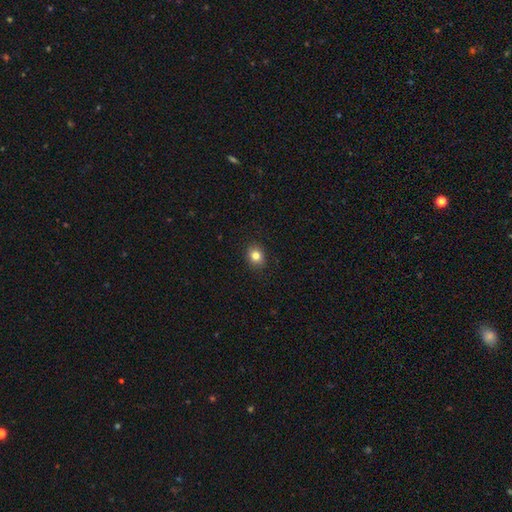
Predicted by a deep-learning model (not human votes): smooth 82%, star or artifact 11%, featured or disk 8%. Down the decision tree: how rounded — round (58%); merging — none (89%).